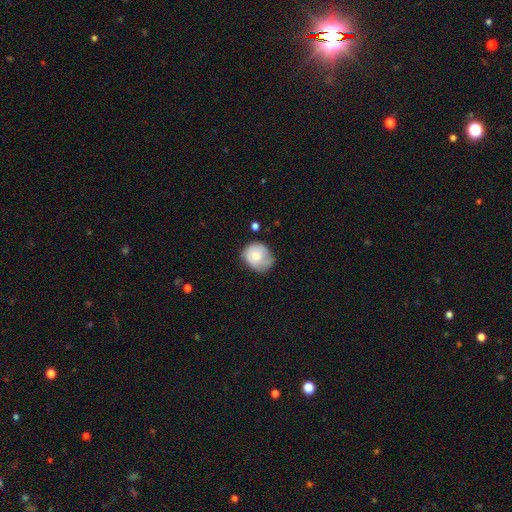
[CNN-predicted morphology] Smooth or featured: smooth — 67% (featured or disk — 25%)
How rounded: round — 76% (in between — 23%)
Merging: none — 51% (minor disturbance — 36%)